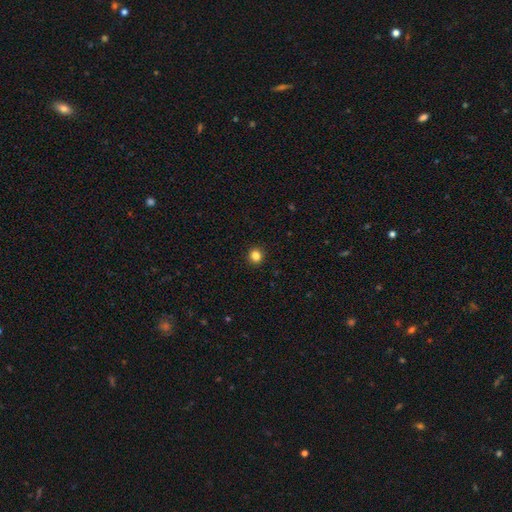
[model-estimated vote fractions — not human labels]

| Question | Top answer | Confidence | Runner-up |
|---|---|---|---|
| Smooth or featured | smooth | 84% | star or artifact (12%) |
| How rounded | round | 88% | in between (11%) |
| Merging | none | 93% | minor disturbance (5%) |